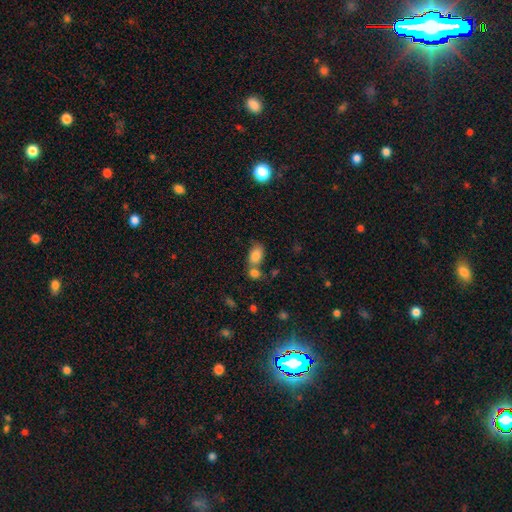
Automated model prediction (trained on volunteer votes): This is clearly a smooth galaxy (82%). How rounded: clearly in between (85%). Merging: marginally merger (43%).